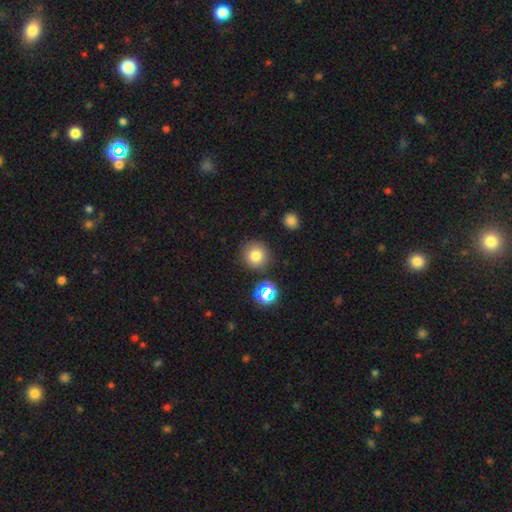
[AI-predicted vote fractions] A smooth galaxy with no disk features (78%) that is round (93%). Merging: none (86%).